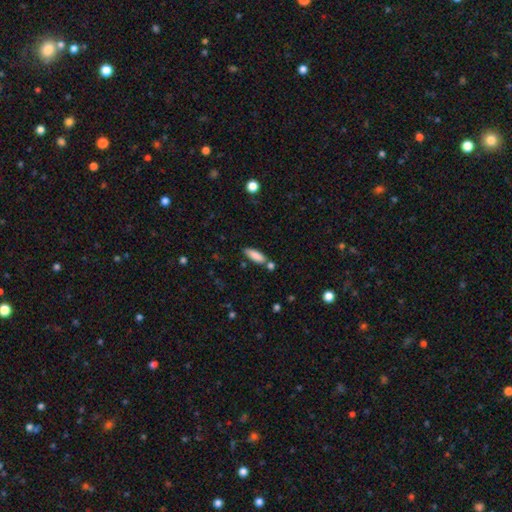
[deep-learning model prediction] A smooth galaxy with no disk features (86%) that is in between round and cigar-shaped (60%).

Vote fractions:
- Smooth or featured? smooth: 86% / featured or disk: 7% / star or artifact: 7%
- How rounded? in between: 60% / cigar-shaped: 38% / round: 2%
- Merging? none: 69% / minor disturbance: 15% / merger: 13% / major disturbance: 3%